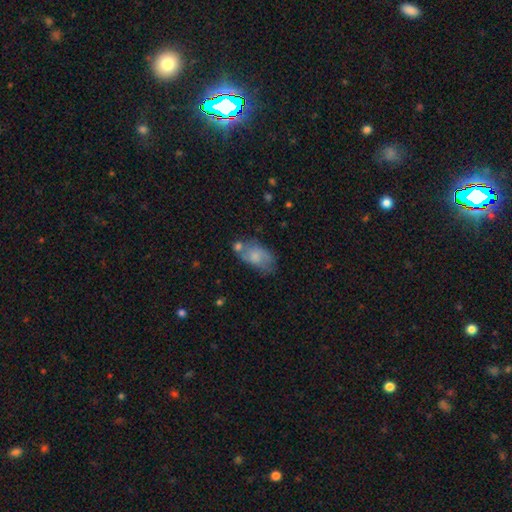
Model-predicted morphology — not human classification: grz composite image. It shows a smooth galaxy with no disk features (62%) that is in between round and cigar-shaped (90%). Merging: none (45%).